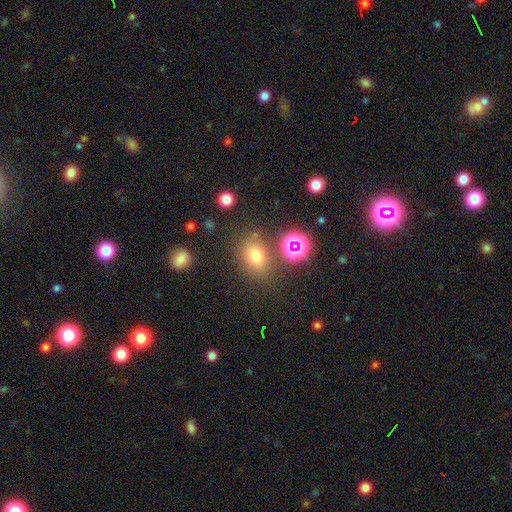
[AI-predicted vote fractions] smooth_or_featured: smooth (p=0.68) [alt: star or artifact p=0.21]
how_rounded: in between (p=0.57) [alt: round p=0.41]
merging: none (p=0.76) [alt: minor disturbance p=0.12]